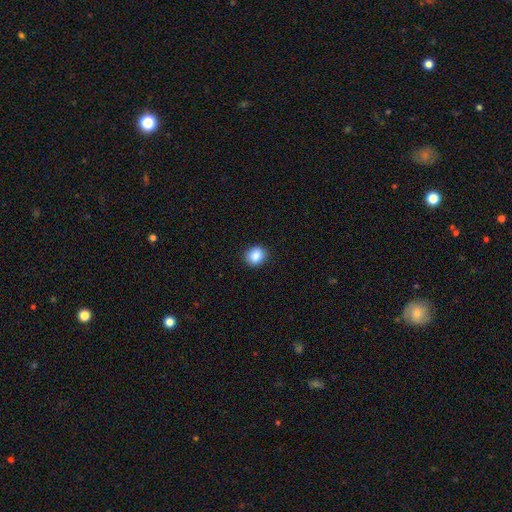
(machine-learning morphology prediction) Smooth or featured? smooth (87%)
How rounded? round (76%)
Merging? none (89%)